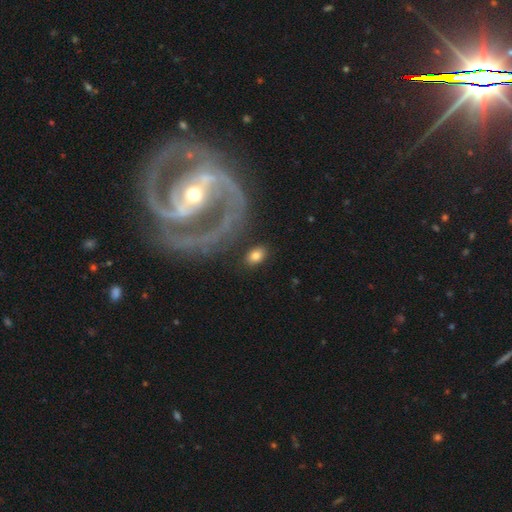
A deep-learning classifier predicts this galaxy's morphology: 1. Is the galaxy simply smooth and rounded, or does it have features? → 78% smooth, 15% featured or disk, 7% star or artifact.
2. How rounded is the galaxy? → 86% in between, 13% round, 2% cigar-shaped.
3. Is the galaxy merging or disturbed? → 83% none, 9% minor disturbance, 4% major disturbance, 3% merger.